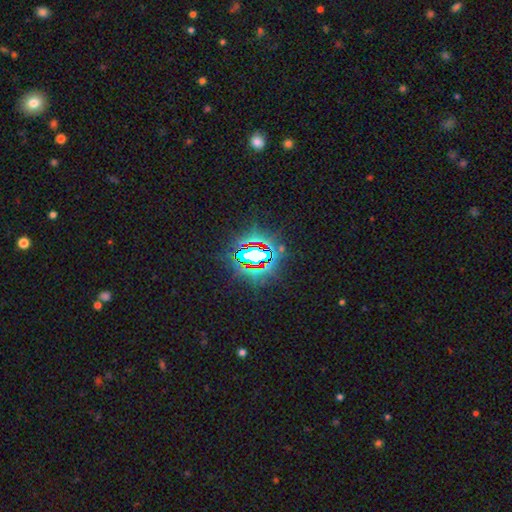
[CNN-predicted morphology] Smooth or featured?
  - star or artifact: 83% *
  - smooth: 10%
  - featured or disk: 8%